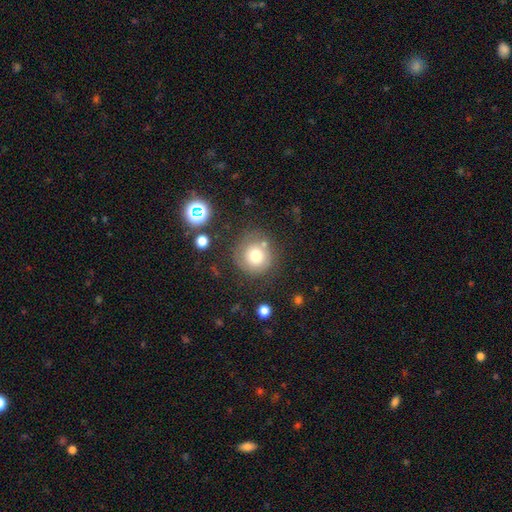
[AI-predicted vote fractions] A smooth galaxy with no disk features (70%) that is round (93%).

Vote fractions:
- Smooth or featured? smooth: 70% / featured or disk: 18% / star or artifact: 12%
- How rounded? round: 93% / in between: 6% / cigar-shaped: 1%
- Merging? none: 73% / minor disturbance: 14% / major disturbance: 7% / merger: 6%